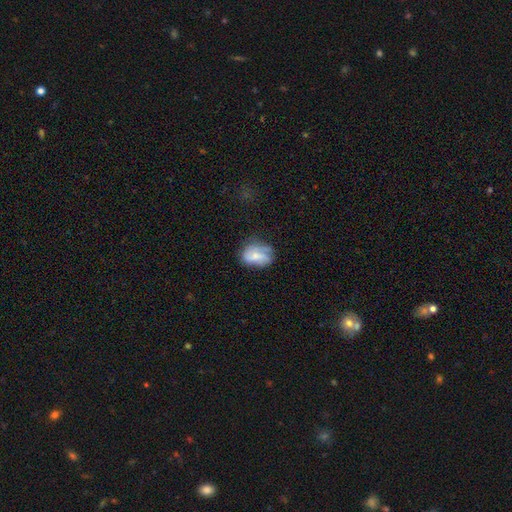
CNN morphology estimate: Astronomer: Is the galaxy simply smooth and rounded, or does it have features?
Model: smooth — 58% (runner-up: featured or disk, 33%).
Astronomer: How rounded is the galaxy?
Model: in between — 76%.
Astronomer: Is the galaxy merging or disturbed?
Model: none — 45% (runner-up: minor disturbance, 32%).